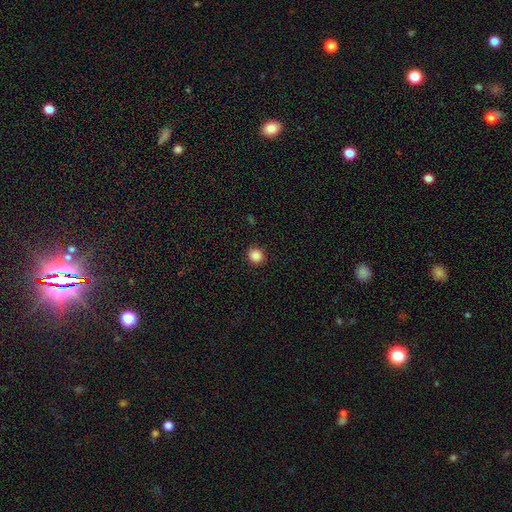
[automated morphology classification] A smooth galaxy with no disk features (87%) that is round (88%). Merging: none (92%).